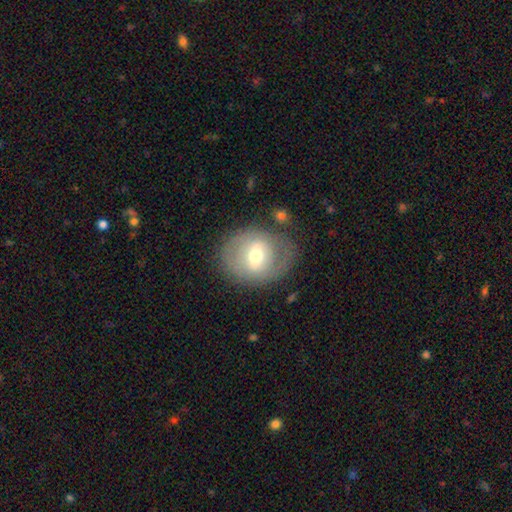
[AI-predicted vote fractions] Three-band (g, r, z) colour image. It shows a featured or disk galaxy (47%). Merging: none (73%).